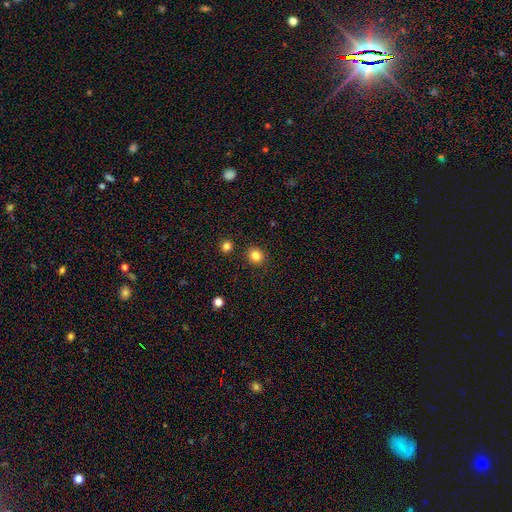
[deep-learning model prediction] smooth_or_featured: smooth (p=0.83) [alt: star or artifact p=0.12]
how_rounded: round (p=0.83) [alt: in between p=0.16]
merging: none (p=0.89) [alt: minor disturbance p=0.06]